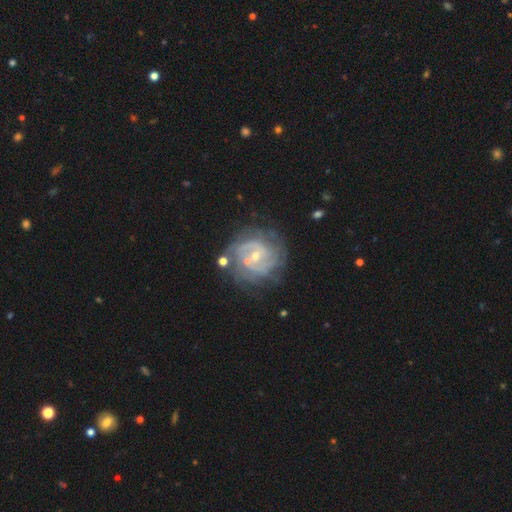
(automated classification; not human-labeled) Smooth or featured: featured or disk — 84% (smooth — 9%)
Edge-on disk: no — 97% (yes — 3%)
Bar: weak — 44% (tied with no — 44%)
Spiral arms: yes — 93% (no — 7%)
Spiral winding: tight — 59% (medium — 33%)
Spiral arm count: 2 — 40% (can't tell — 29%)
Bulge size: small — 65% (moderate — 31%)
Merging: none — 70% (minor disturbance — 17%)